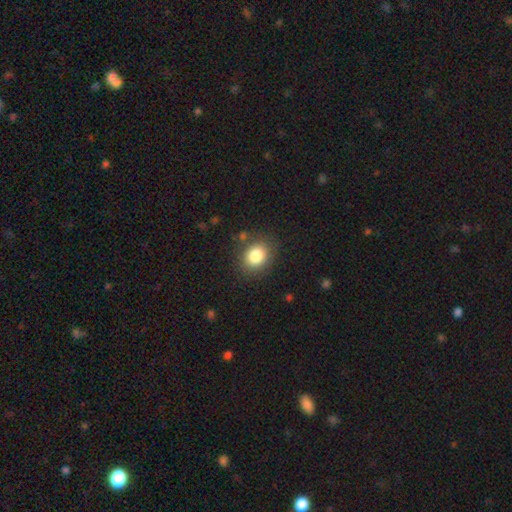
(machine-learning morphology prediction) Smooth or featured?
  - smooth: 83% *
  - star or artifact: 10%
  - featured or disk: 7%
How rounded?
  - round: 58% *
  - in between: 41%
  - cigar-shaped: 1%
Merging?
  - none: 84% *
  - minor disturbance: 10%
  - major disturbance: 4%
  - merger: 2%